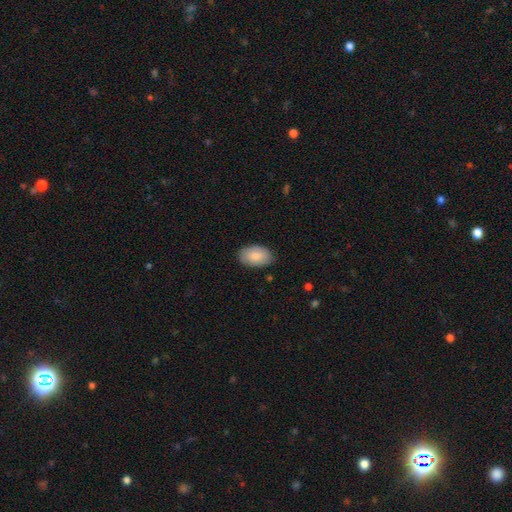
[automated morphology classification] Smooth or featured? Predicted: smooth (p=0.85). How rounded? Predicted: in between (p=0.93). Merging? Predicted: none (p=0.83).